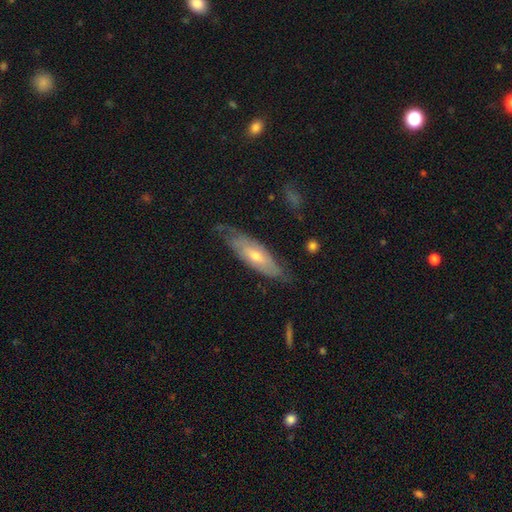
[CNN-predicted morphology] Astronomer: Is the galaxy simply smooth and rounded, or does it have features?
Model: featured or disk — 55% (runner-up: smooth, 39%).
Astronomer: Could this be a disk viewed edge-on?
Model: no — 64%.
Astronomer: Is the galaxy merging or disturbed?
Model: none — 63%.